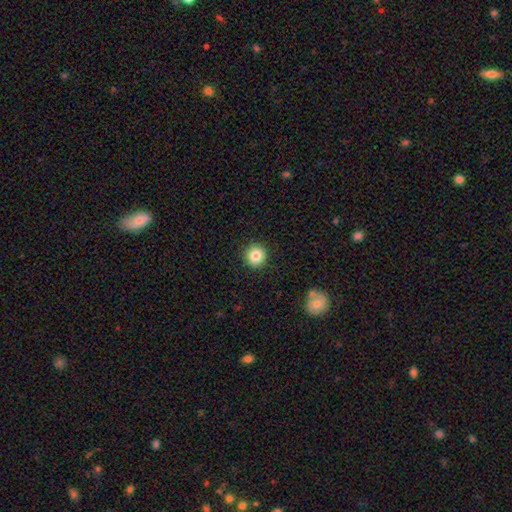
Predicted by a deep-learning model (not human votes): smooth-or-featured: smooth: 84% | star or artifact: 10% | featured or disk: 6%
  how-rounded: round: 94% | in between: 6% | cigar-shaped: 1%
  merging: none: 92% | minor disturbance: 5% | major disturbance: 2% | merger: 1%